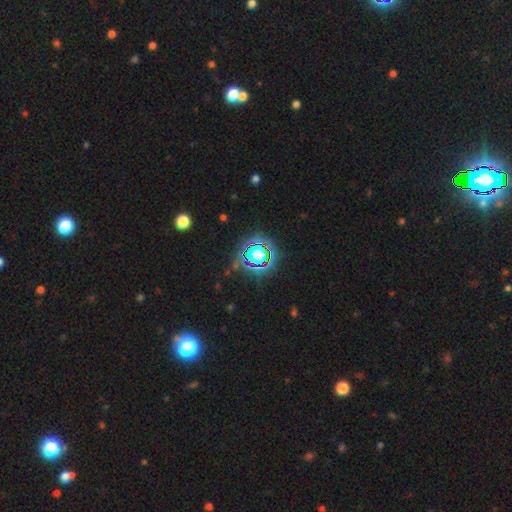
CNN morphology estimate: A star or artifact, not a galaxy (69%).